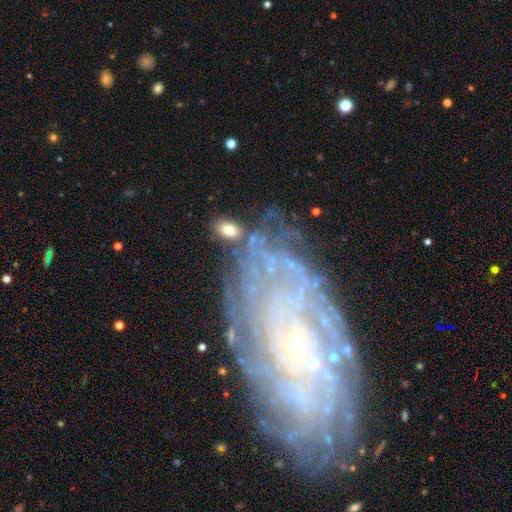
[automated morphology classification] This appears to be a featured or disk galaxy (78%) with no bar (75%), tight (73%) spiral arms (89%) and a small central bulge (70%). Merging: none (70%).